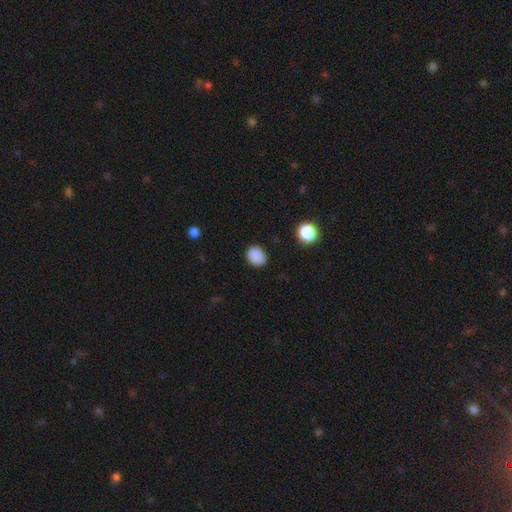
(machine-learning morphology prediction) Smooth or featured? smooth (87%)
How rounded? in between (52%)
Merging? none (84%)